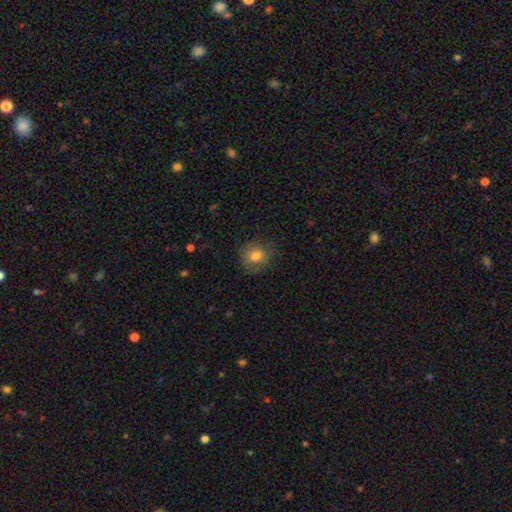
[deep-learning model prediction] This appears to be a smooth galaxy with no disk features (79%) that is round (78%). Merging: none (75%).